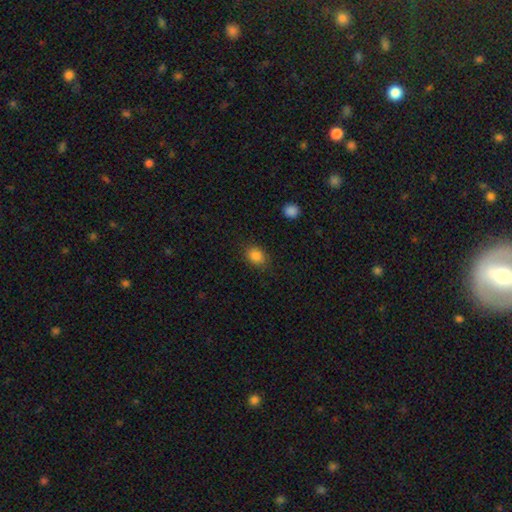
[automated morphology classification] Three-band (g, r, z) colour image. It shows a smooth galaxy with no disk features (86%) that is in between round and cigar-shaped (61%). Merging: none (83%).